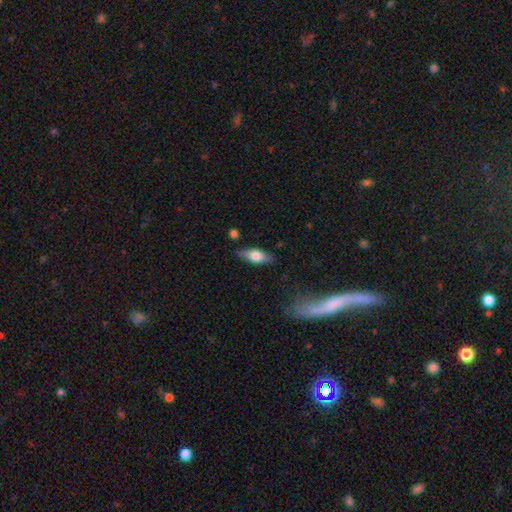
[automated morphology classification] smooth_or_featured: smooth (p=0.62) [alt: featured or disk p=0.32]
how_rounded: in between (p=0.72) [alt: cigar-shaped p=0.24]
merging: none (p=0.81) [alt: minor disturbance p=0.13]